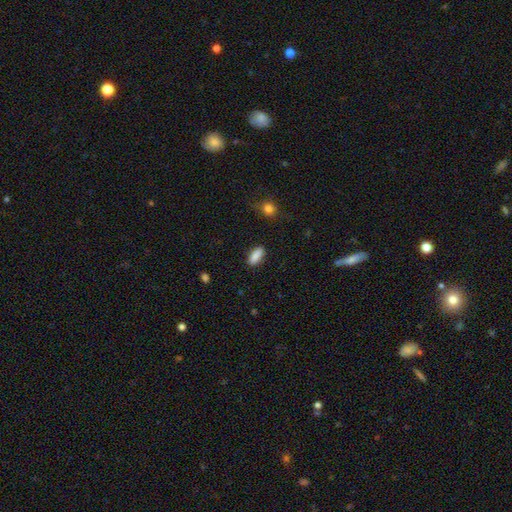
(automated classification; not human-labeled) Morphology: type=smooth (88%); roundness=in between (72%); merging=none (86%).